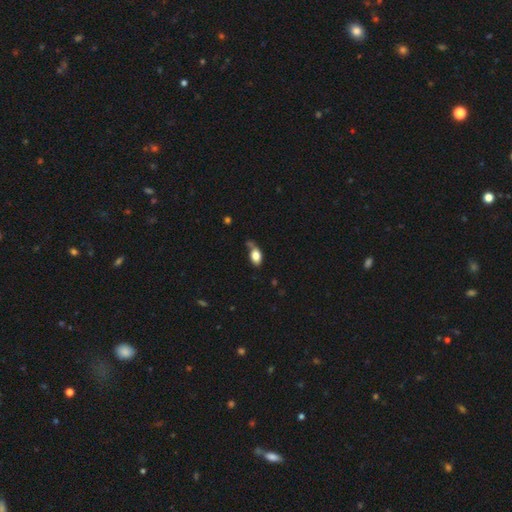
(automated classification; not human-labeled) smooth 81%, featured or disk 11%, star or artifact 8%. Down the decision tree: how rounded — in between (87%); merging — none (48%).